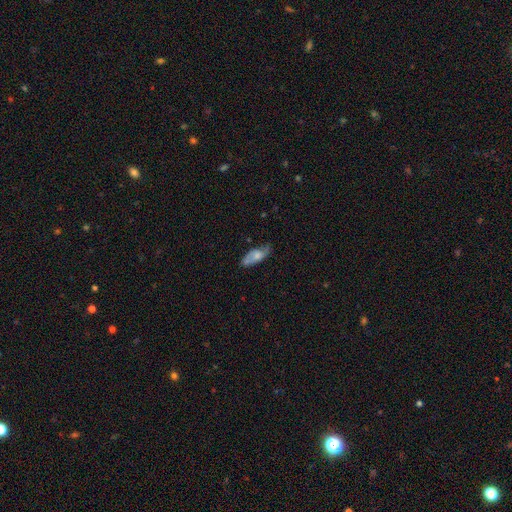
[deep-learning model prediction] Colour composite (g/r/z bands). It shows a smooth galaxy with no disk features (54%) that is in between round and cigar-shaped (78%). Merging: none (59%).